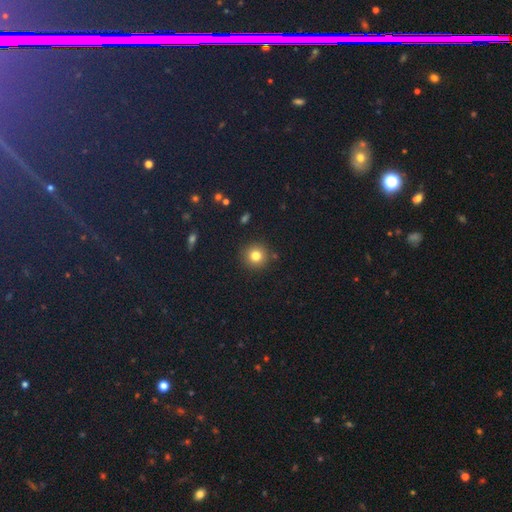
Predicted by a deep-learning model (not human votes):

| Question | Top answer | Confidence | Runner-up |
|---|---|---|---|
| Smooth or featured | smooth | 80% | star or artifact (13%) |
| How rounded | round | 94% | in between (5%) |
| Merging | none | 90% | minor disturbance (6%) |